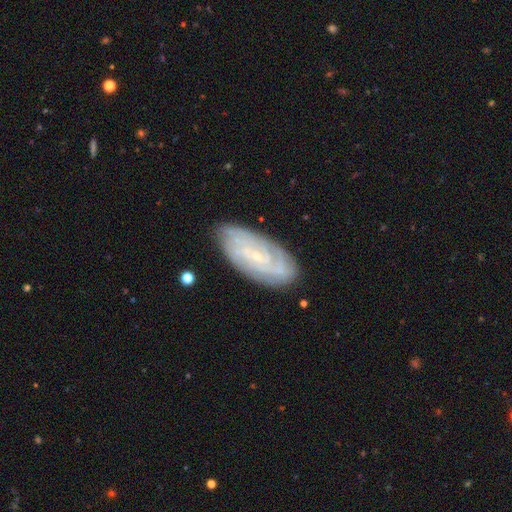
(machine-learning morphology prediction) A featured or disk galaxy (75%) with no bar (60%), tight (69%) spiral arms (92%) and a small central bulge (83%).

Vote fractions:
- Smooth or featured? featured or disk: 75% / smooth: 18% / star or artifact: 7%
- Edge-on disk? no: 93% / yes: 7%
- Bar? no: 60% / weak: 32% / strong: 9%
- Spiral arms? yes: 92% / no: 8%
- Spiral winding? tight: 69% / medium: 24% / loose: 7%
- Spiral arm count? can't tell: 44% / 4: 15% / 2: 15% / 3: 13% / more than 4: 7% / 1: 5%
- Bulge size? small: 83% / moderate: 12% / none: 3% / large: 1% / dominant: 1%
- Merging? none: 82% / minor disturbance: 14% / major disturbance: 3% / merger: 1%